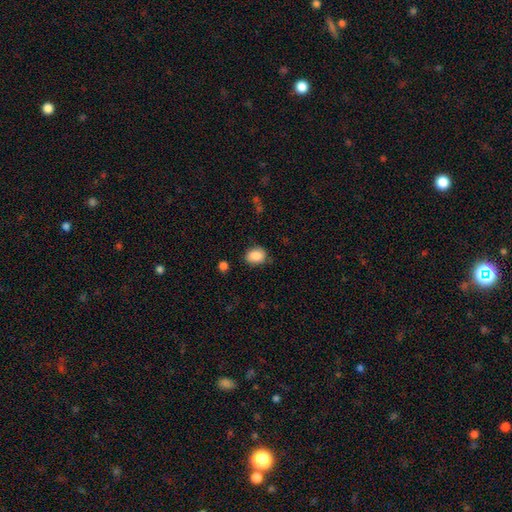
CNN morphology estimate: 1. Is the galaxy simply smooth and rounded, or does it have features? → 86% smooth, 8% star or artifact, 6% featured or disk.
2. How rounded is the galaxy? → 55% in between, 44% round, 1% cigar-shaped.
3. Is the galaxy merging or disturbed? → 76% none, 18% minor disturbance, 4% major disturbance, 2% merger.